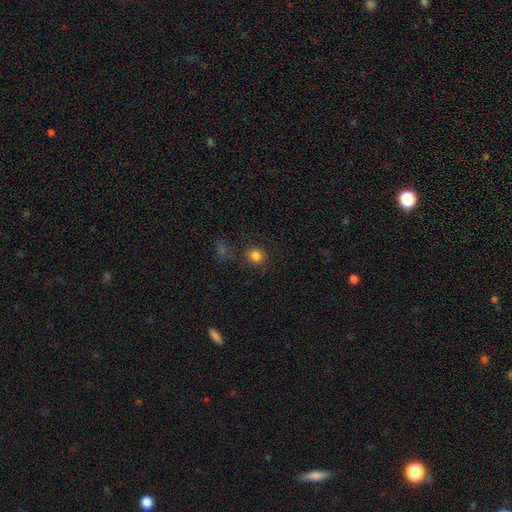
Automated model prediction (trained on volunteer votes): The model was most divided on "merging": none: 80%, minor disturbance: 10%, merger: 5%, major disturbance: 5%. More confident: how rounded — round (87%); smooth or featured — smooth (82%).